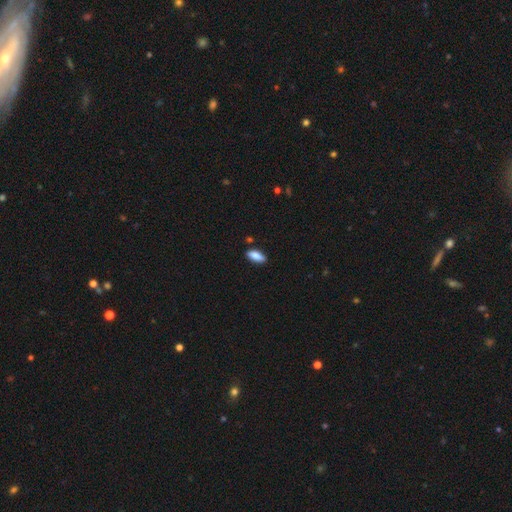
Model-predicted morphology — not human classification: Smooth or featured: smooth — 86% (featured or disk — 7%)
How rounded: in between — 80% (cigar-shaped — 17%)
Merging: none — 85% (minor disturbance — 12%)